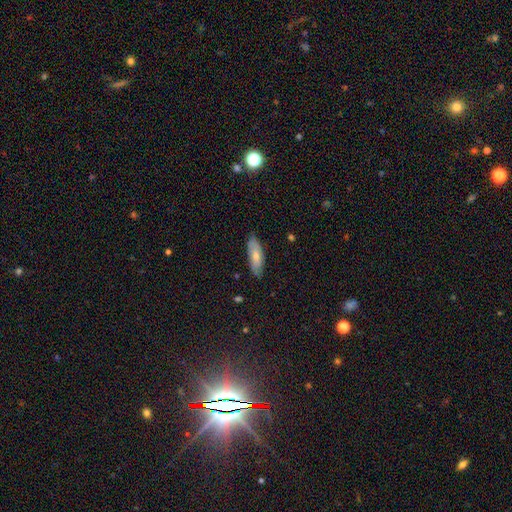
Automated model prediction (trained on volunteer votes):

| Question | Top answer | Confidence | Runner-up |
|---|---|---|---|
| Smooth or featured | smooth | 70% | featured or disk (25%) |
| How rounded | in between | 68% | cigar-shaped (30%) |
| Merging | none | 80% | minor disturbance (16%) |